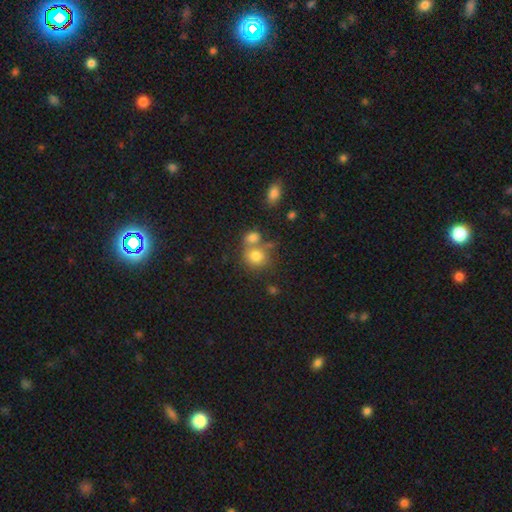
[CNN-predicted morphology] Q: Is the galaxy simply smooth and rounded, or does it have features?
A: smooth — 79%.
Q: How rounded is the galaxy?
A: round — 77%.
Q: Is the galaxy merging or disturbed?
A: merger — 44%.